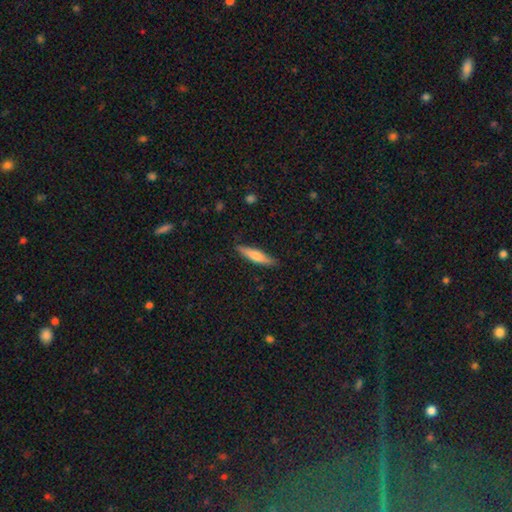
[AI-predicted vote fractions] Smooth or featured? smooth (63%)
How rounded? cigar-shaped (84%)
Merging? none (86%)